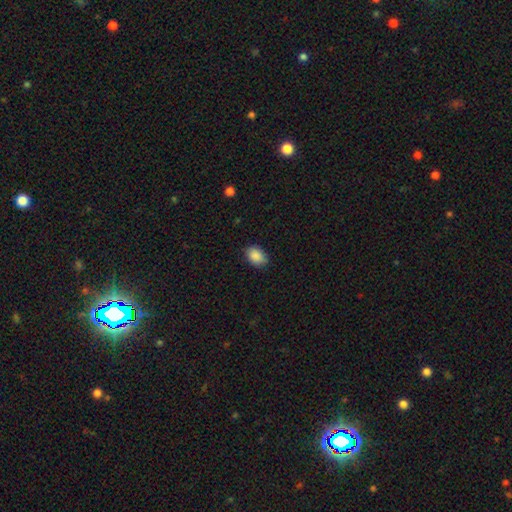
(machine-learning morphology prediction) smooth-or-featured: smooth: 89% | star or artifact: 7% | featured or disk: 4%
  how-rounded: in between: 84% | round: 15% | cigar-shaped: 1%
  merging: none: 84% | minor disturbance: 13% | major disturbance: 2% | merger: 1%